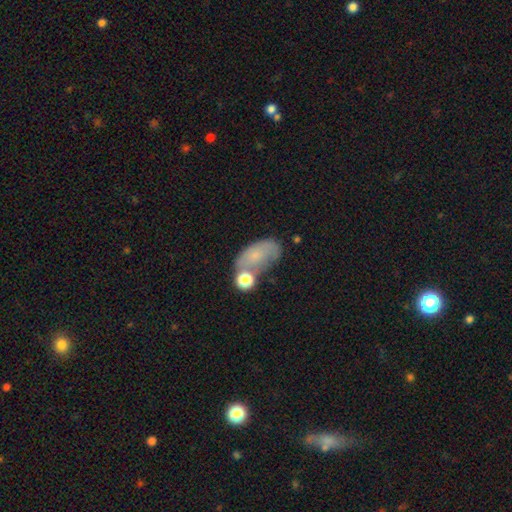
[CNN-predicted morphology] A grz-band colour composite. It shows a smooth galaxy with no disk features (63%) that is in between round and cigar-shaped (87%). Merging: none (35%).